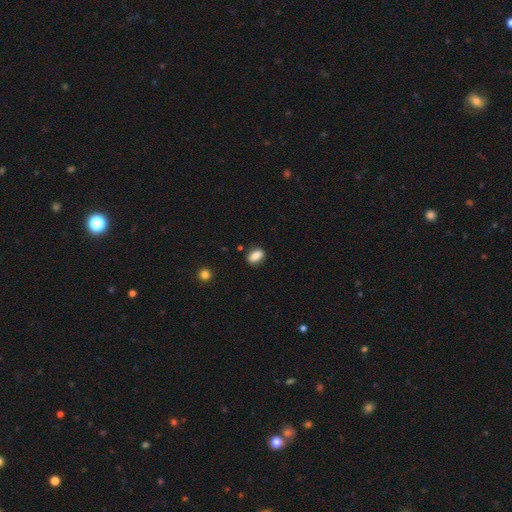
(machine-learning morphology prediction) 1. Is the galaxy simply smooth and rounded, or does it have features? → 85% smooth, 8% star or artifact, 7% featured or disk.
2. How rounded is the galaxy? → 84% in between, 12% round, 4% cigar-shaped.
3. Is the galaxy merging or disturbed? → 85% none, 11% minor disturbance, 2% major disturbance, 2% merger.